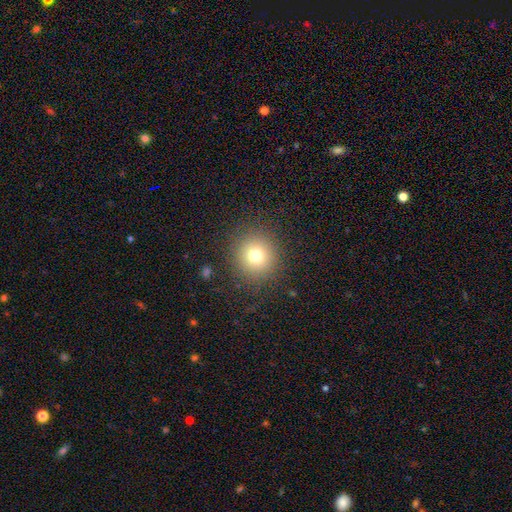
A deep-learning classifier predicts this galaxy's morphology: Smooth or featured? smooth (74%)
How rounded? round (94%)
Merging? none (88%)